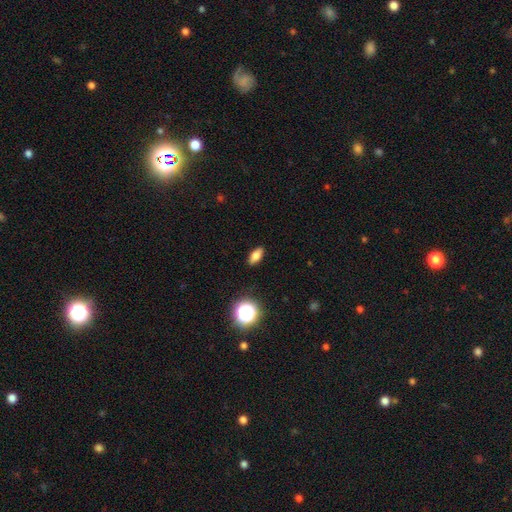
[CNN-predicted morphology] This appears to be a smooth galaxy with no disk features (76%) that is in between round and cigar-shaped (80%). Merging: none (89%).